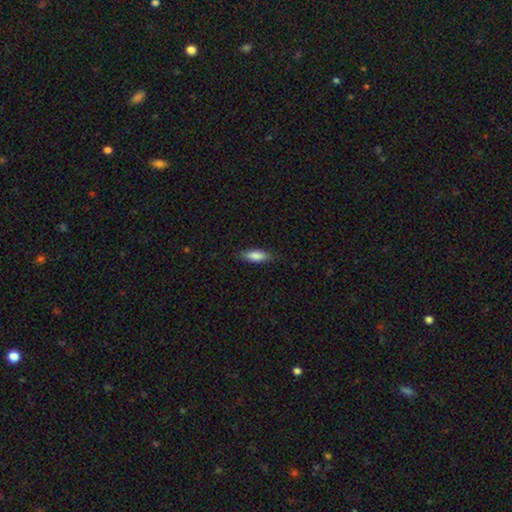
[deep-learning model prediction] Smooth or featured?
  - smooth: 84% *
  - featured or disk: 9%
  - star or artifact: 6%
How rounded?
  - in between: 59% *
  - cigar-shaped: 39%
  - round: 2%
Merging?
  - none: 83% *
  - minor disturbance: 13%
  - major disturbance: 3%
  - merger: 1%